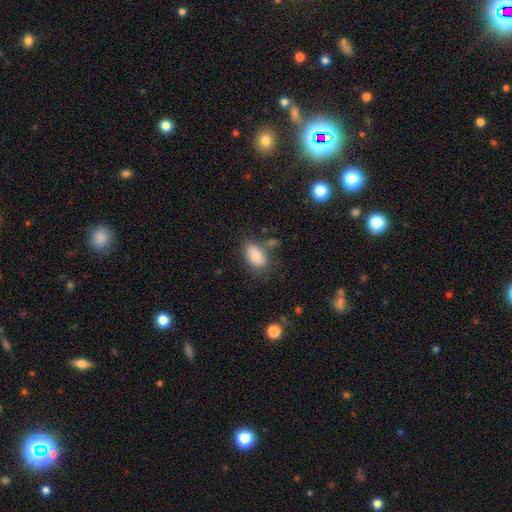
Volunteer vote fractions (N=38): Smooth or featured: smooth — 89% (star or artifact — 8%)
How rounded: in between — 85% (round — 15%)
Merging: none — 51% (minor disturbance — 37%)